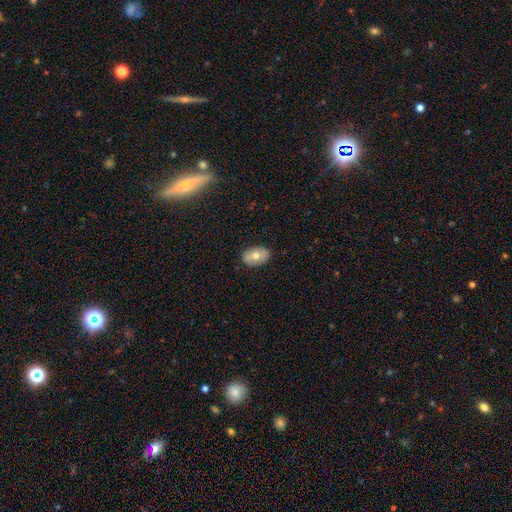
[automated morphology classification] The model was most divided on "smooth or featured": smooth: 67%, featured or disk: 26%, star or artifact: 7%. More confident: merging — none (87%); how rounded — in between (86%).